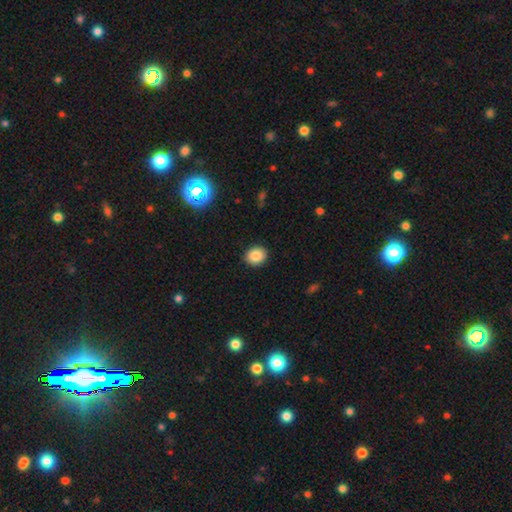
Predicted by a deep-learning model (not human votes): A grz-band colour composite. It shows a smooth galaxy with no disk features (85%) that is round (61%). Merging: none (91%).